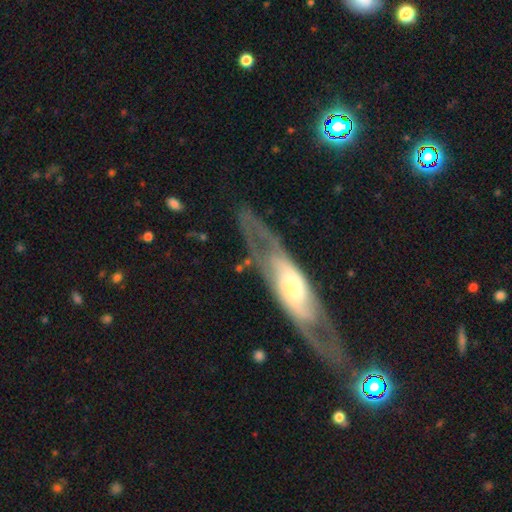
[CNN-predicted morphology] Smooth or featured? featured or disk (75%)
Edge-on disk? no (70%)
Bar? no (55%)
Spiral arms? yes (81%)
Bulge size? moderate (36%)
Merging? none (64%)